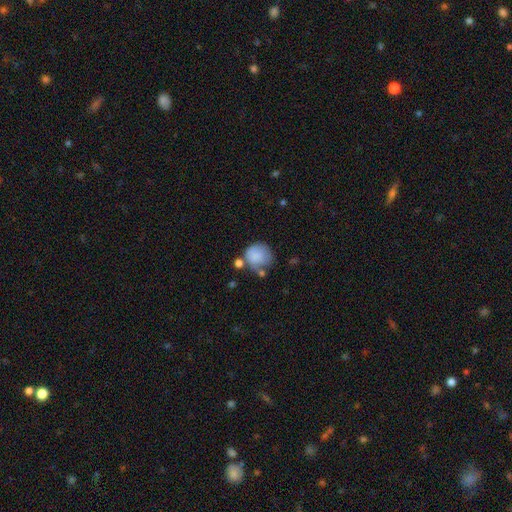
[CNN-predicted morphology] A smooth galaxy with no disk features (81%) that is round (84%). Merging: none (47%).